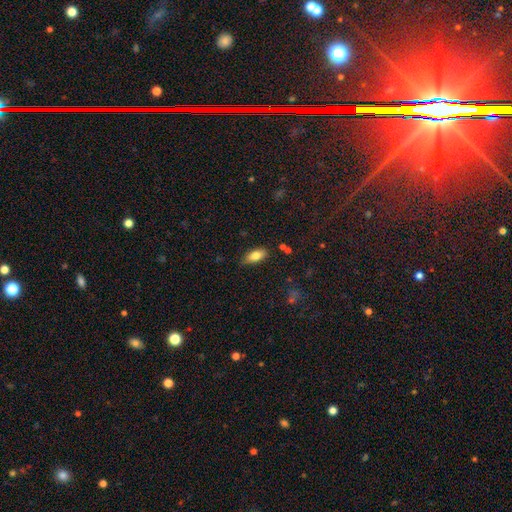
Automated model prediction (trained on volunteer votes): A smooth galaxy with no disk features (79%) that is in between round and cigar-shaped (84%).

Vote fractions:
- Smooth or featured? smooth: 79% / featured or disk: 14% / star or artifact: 7%
- How rounded? in between: 84% / cigar-shaped: 13% / round: 3%
- Merging? none: 79% / minor disturbance: 16% / major disturbance: 3% / merger: 2%